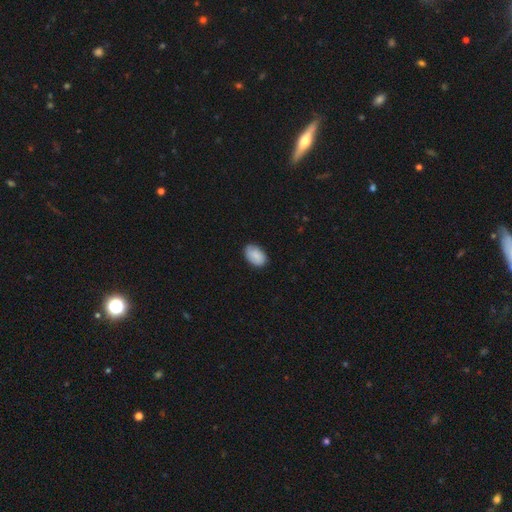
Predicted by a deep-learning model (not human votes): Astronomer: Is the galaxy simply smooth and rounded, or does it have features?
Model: smooth — 82%.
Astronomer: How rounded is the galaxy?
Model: in between — 89%.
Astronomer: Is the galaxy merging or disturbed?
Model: none — 81%.